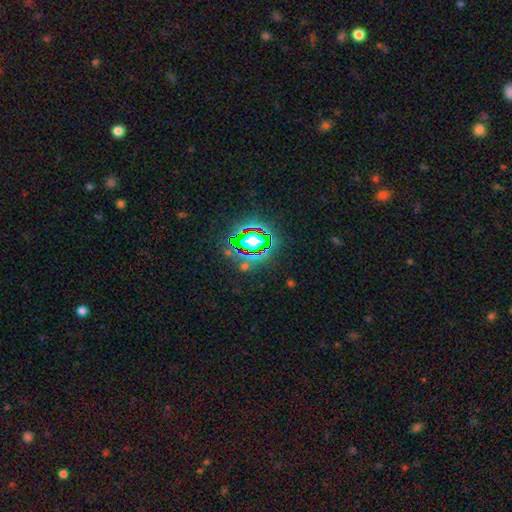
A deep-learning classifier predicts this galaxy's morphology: star or artifact 78%, smooth 13%, featured or disk 9%.